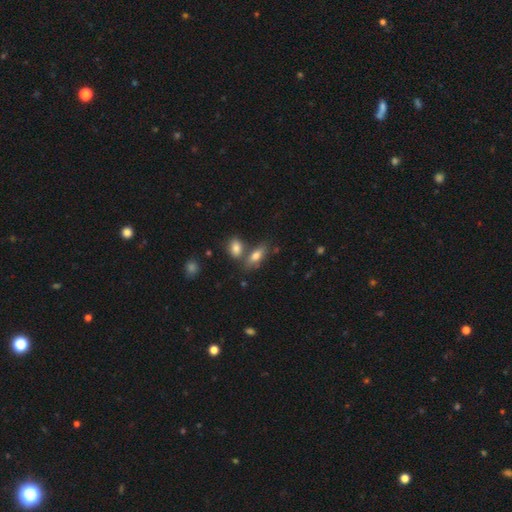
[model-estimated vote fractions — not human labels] Morphology: type=smooth (74%); roundness=in between (75%); merging=none (58%).